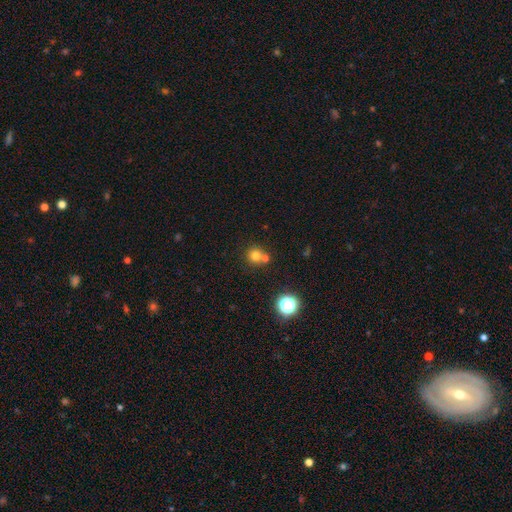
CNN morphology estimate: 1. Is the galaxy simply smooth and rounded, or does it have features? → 74% smooth, 17% star or artifact, 10% featured or disk.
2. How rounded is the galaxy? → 90% round, 9% in between, 1% cigar-shaped.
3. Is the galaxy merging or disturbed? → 59% none, 31% merger, 7% minor disturbance, 3% major disturbance.